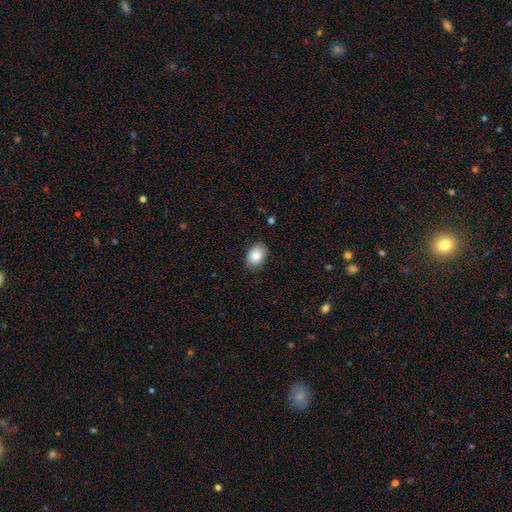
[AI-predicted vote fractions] Smooth or featured: smooth — 83% (featured or disk — 9%)
How rounded: in between — 73% (round — 26%)
Merging: none — 84% (minor disturbance — 12%)